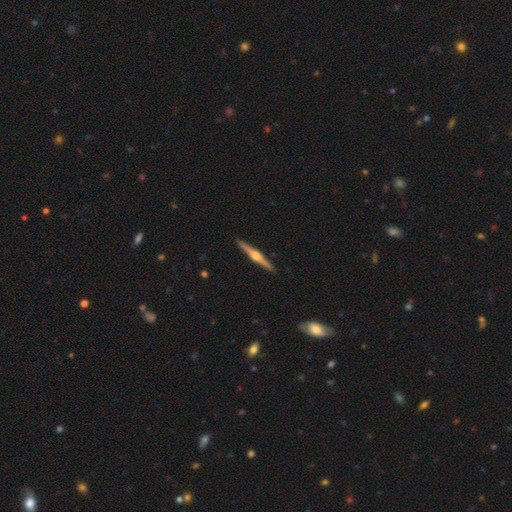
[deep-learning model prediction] Overall: featured or disk (82%). Edge-on disk: yes (99%). Edge-on bulge: rounded (91%). Merging: none (93%).